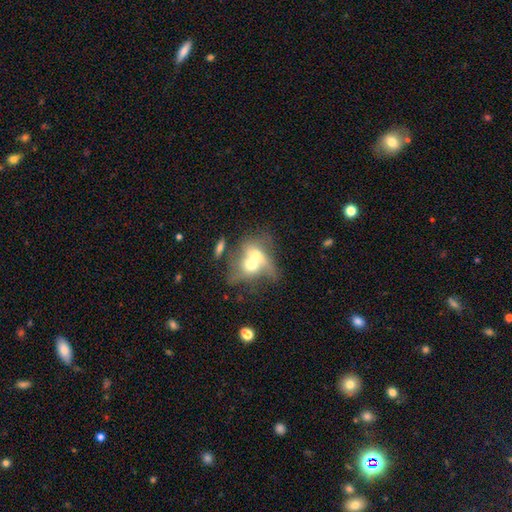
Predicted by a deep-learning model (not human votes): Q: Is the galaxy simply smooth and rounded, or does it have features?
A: smooth — 56%.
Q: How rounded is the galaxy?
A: in between — 55%.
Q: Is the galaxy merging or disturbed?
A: merger — 77%.